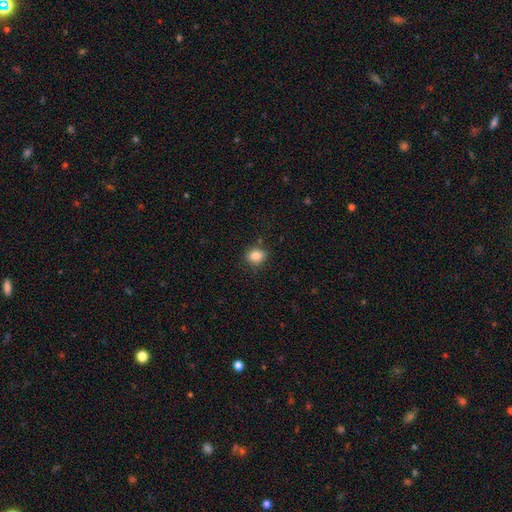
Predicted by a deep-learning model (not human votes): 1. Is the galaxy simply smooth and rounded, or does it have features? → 85% smooth, 10% star or artifact, 5% featured or disk.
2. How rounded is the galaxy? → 62% round, 37% in between, 1% cigar-shaped.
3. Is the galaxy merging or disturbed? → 82% none, 13% minor disturbance, 3% major disturbance, 2% merger.